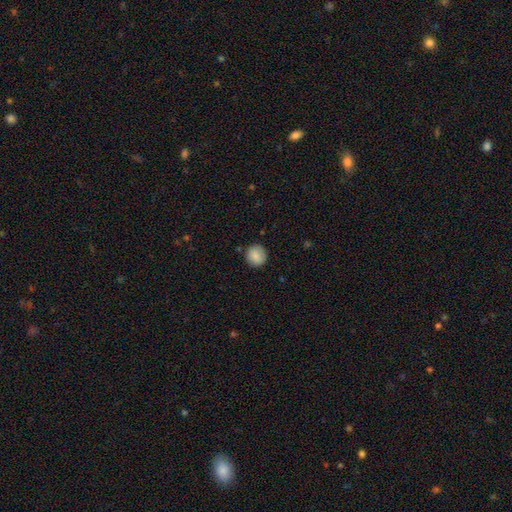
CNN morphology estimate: A smooth galaxy with no disk features (86%) that is round (92%). Merging: none (89%).